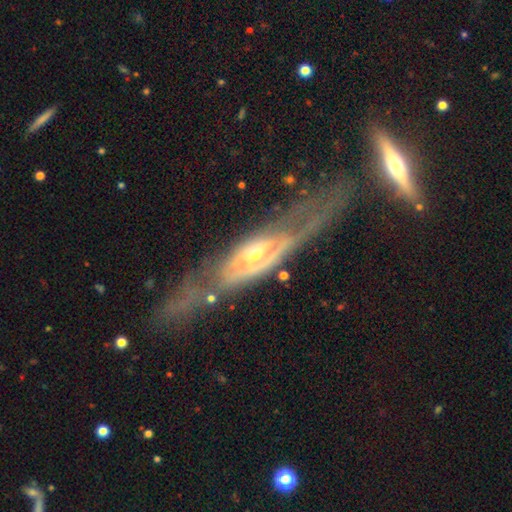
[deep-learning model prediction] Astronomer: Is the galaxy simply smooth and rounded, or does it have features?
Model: featured or disk — 79%.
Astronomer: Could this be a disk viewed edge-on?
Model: no — 63%.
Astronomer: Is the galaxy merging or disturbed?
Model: none — 41% (runner-up: major disturbance, 32%).